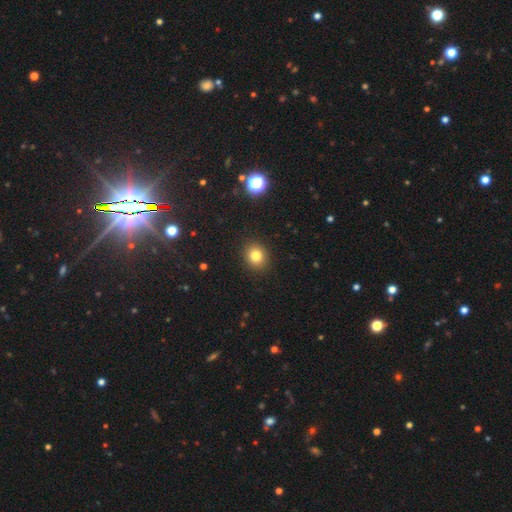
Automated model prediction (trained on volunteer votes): This is clearly a smooth galaxy (80%). How rounded: likely round (75%). Merging: clearly none (91%).